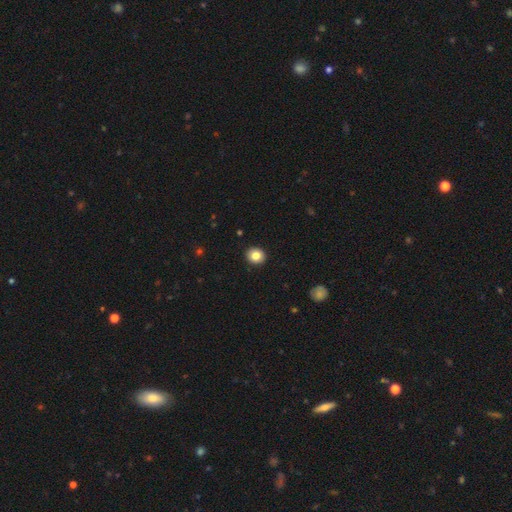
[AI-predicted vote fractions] Q: Smooth or featured?
A: smooth (83%); runner-up: star or artifact (9%)
Q: How rounded?
A: round (73%); runner-up: in between (26%)
Q: Merging?
A: none (92%); runner-up: minor disturbance (6%)